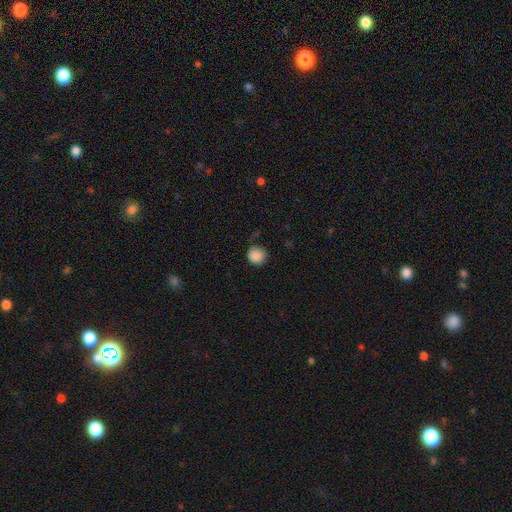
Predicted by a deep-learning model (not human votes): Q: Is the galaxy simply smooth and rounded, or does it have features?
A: smooth — 88%.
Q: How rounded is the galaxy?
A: round — 91%.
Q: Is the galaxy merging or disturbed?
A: none — 79%.